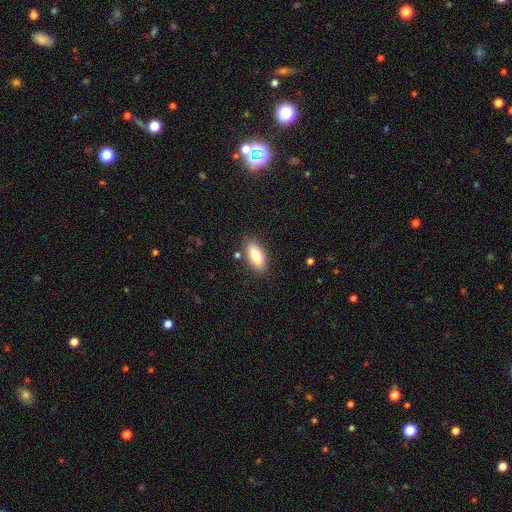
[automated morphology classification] type=smooth (82%); roundness=in between (85%); merging=none (83%).